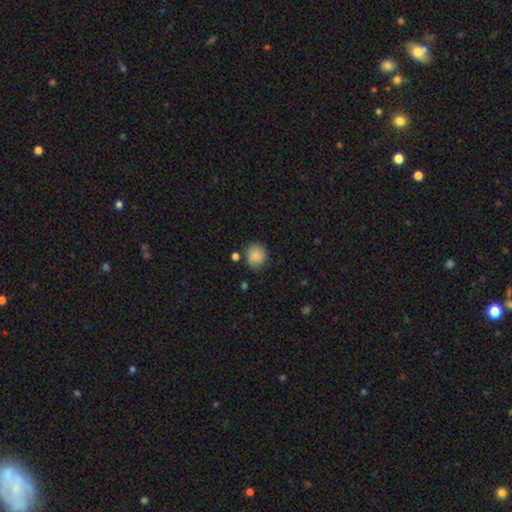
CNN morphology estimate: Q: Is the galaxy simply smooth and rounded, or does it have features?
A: smooth — 83%.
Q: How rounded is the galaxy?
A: round — 78%.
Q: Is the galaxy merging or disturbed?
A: none — 76%.